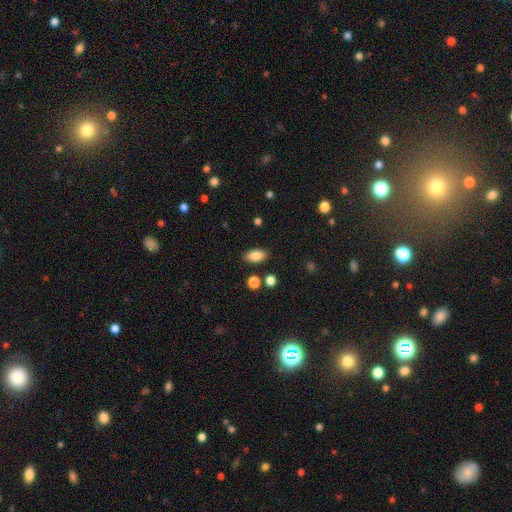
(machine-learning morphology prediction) A smooth galaxy with no disk features (85%) that is in between round and cigar-shaped (91%).

Vote fractions:
- Smooth or featured? smooth: 85% / star or artifact: 8% / featured or disk: 7%
- How rounded? in between: 91% / round: 5% / cigar-shaped: 4%
- Merging? none: 84% / minor disturbance: 10% / merger: 3% / major disturbance: 3%